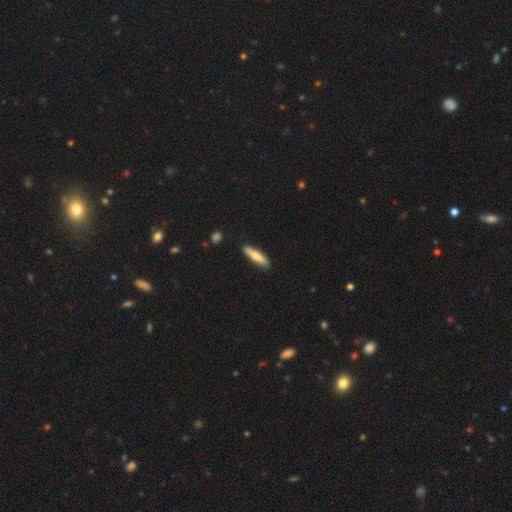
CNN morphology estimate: smooth_or_featured: smooth (p=0.65) [alt: featured or disk p=0.30]
how_rounded: cigar-shaped (p=0.79) [alt: in between p=0.20]
merging: none (p=0.87) [alt: minor disturbance p=0.10]